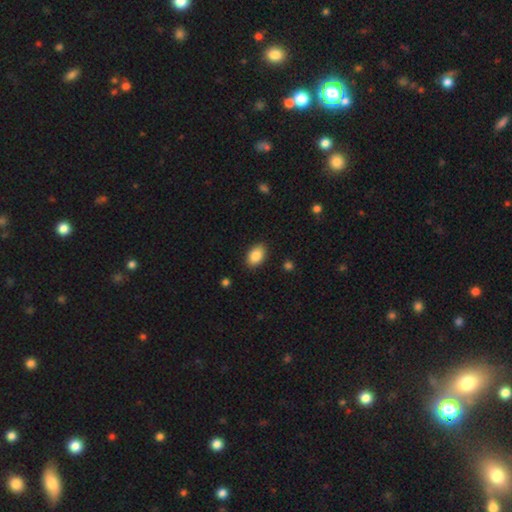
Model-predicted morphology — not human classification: Smooth or featured? Predicted: smooth (p=0.86). How rounded? Predicted: in between (p=0.88). Merging? Predicted: none (p=0.88).